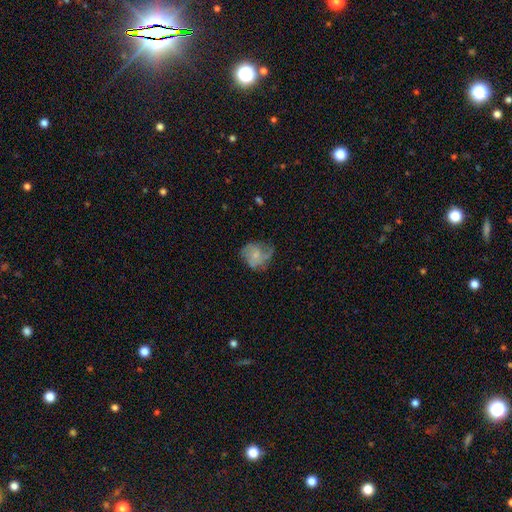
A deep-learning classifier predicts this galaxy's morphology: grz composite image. It shows a featured or disk galaxy (46%, tied with smooth). Merging: none (44%).